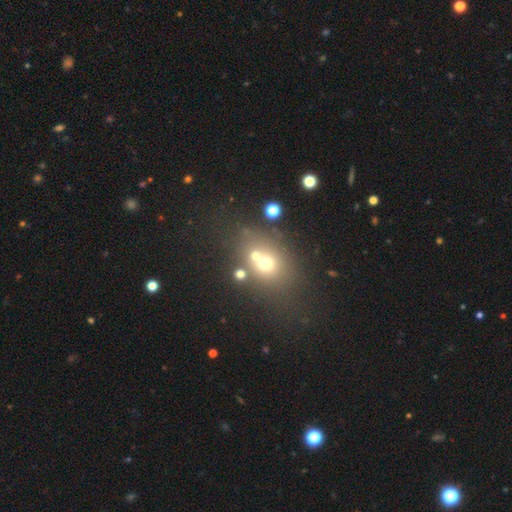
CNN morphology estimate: This is likely a smooth galaxy (61%). How rounded: likely round (61%). Merging: possibly none (48%).